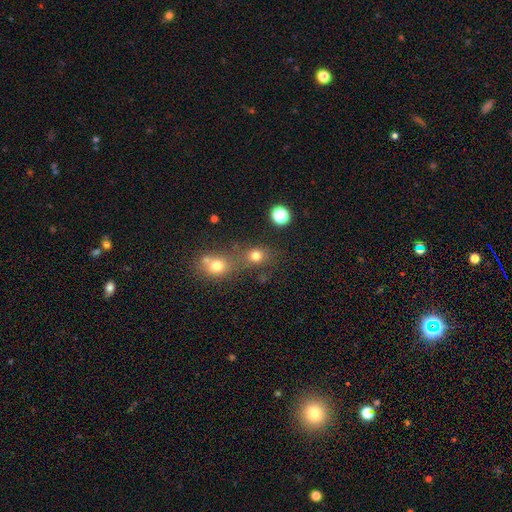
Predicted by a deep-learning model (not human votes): Q: Smooth or featured?
A: smooth (75%); runner-up: star or artifact (16%)
Q: How rounded?
A: round (75%); runner-up: in between (23%)
Q: Merging?
A: none (52%); runner-up: merger (33%)